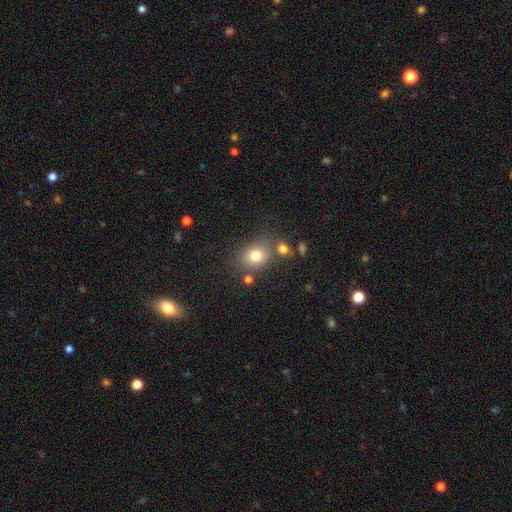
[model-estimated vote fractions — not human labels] A smooth galaxy with no disk features (77%) that is round (59%).

Vote fractions:
- Smooth or featured? smooth: 77% / star or artifact: 13% / featured or disk: 10%
- How rounded? round: 59% / in between: 40% / cigar-shaped: 1%
- Merging? none: 70% / minor disturbance: 14% / merger: 11% / major disturbance: 5%